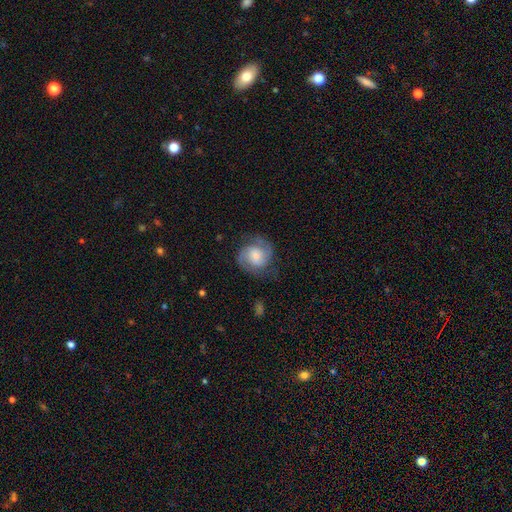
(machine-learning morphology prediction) A featured or disk galaxy (75%) with no bar (58%), 2 (87%) medium (48%) spiral arms (95%) and a moderate central bulge (42%). Merging: none (74%).